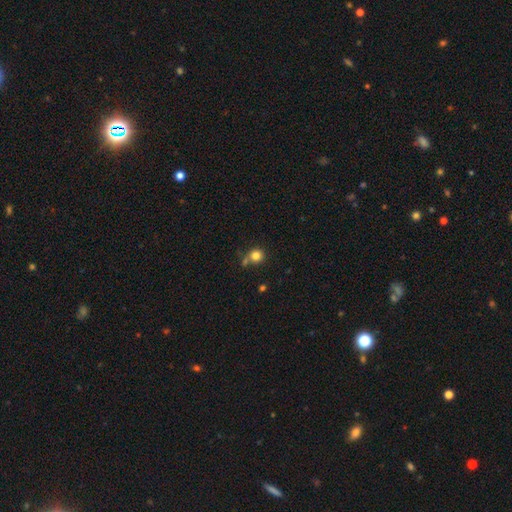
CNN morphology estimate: Smooth or featured? Predicted: smooth (p=0.82). How rounded? Predicted: round (p=0.90). Merging? Predicted: none (p=0.65).